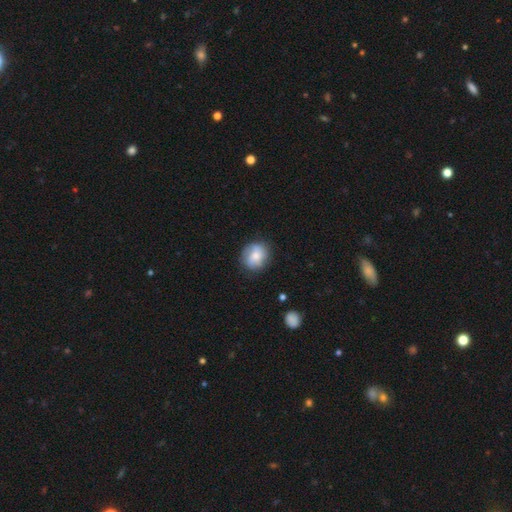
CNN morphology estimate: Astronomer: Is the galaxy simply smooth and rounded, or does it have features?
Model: smooth — 67%.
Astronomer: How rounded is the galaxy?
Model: round — 78%.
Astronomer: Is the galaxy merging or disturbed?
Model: none — 76%.